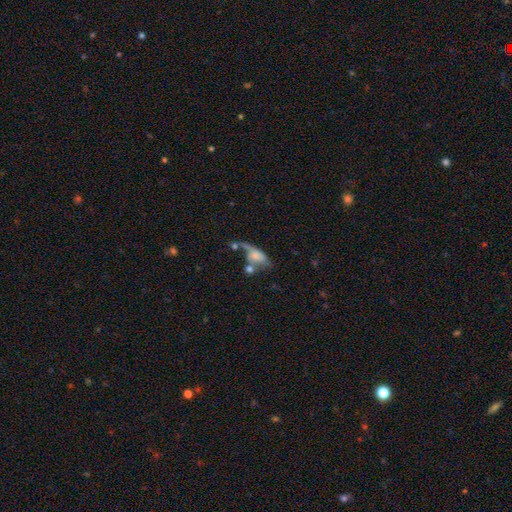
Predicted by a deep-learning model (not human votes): Q: Smooth or featured?
A: smooth (56%); runner-up: featured or disk (34%)
Q: How rounded?
A: in between (77%); runner-up: cigar-shaped (12%)
Q: Merging?
A: merger (32%); runner-up: major disturbance (31%)